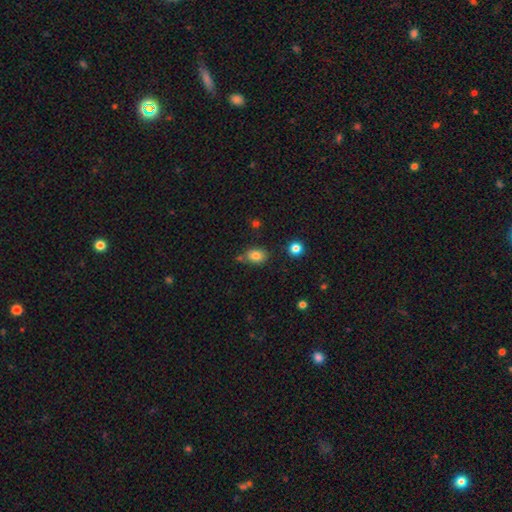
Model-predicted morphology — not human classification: type=smooth (81%); roundness=in between (68%); merging=none (70%).